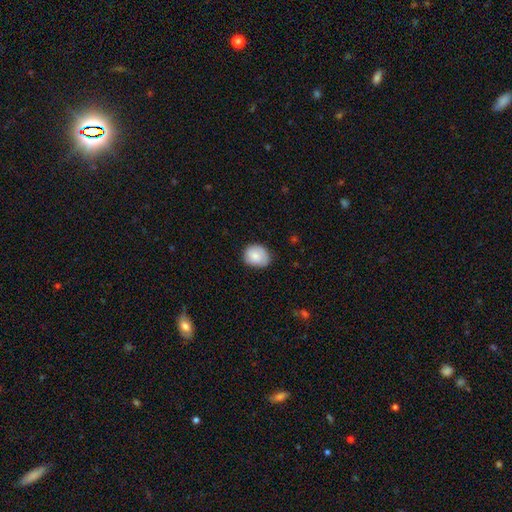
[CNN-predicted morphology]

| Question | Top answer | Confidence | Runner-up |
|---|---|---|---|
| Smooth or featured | smooth | 83% | featured or disk (10%) |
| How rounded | round | 51% | in between (48%) |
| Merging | none | 72% | minor disturbance (23%) |